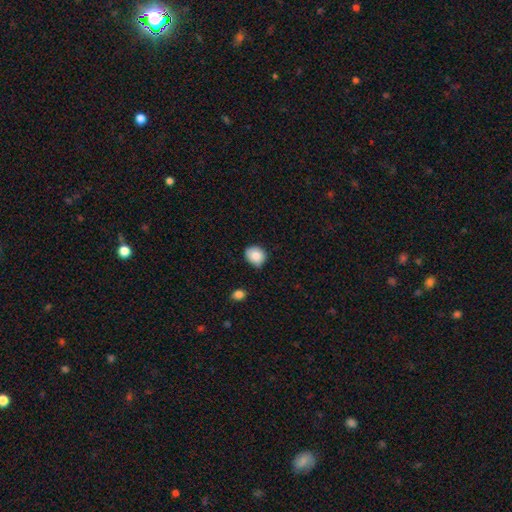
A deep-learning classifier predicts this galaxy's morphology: smooth-or-featured: smooth: 85% | star or artifact: 9% | featured or disk: 7%
  how-rounded: round: 68% | in between: 31% | cigar-shaped: 1%
  merging: none: 71% | minor disturbance: 23% | major disturbance: 3% | merger: 2%